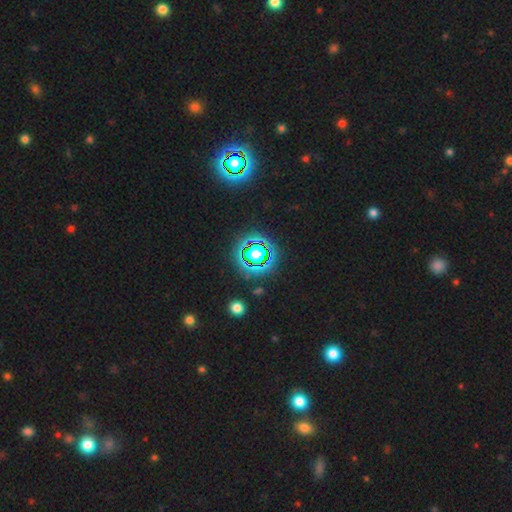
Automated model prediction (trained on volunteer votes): This is likely a star or artifact rather than a galaxy (79%).